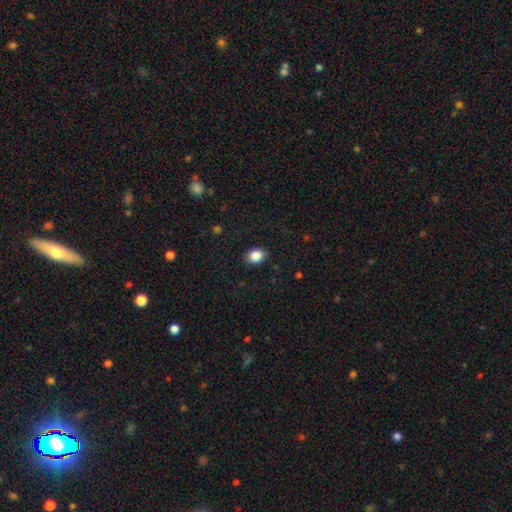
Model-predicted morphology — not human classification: This appears to be a smooth galaxy with no disk features (87%) that is in between round and cigar-shaped (60%). Merging: none (89%).